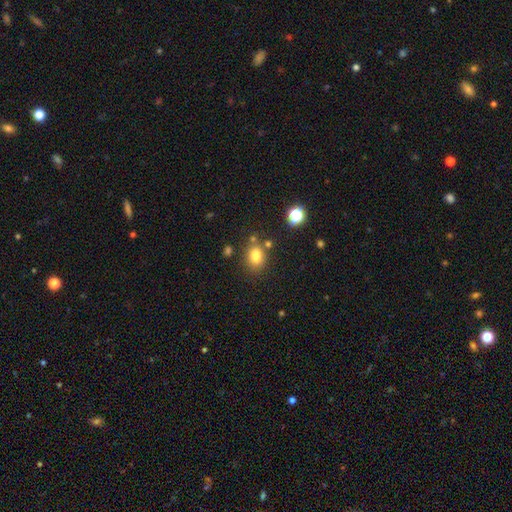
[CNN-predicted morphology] Smooth or featured? Predicted: smooth (p=0.79). How rounded? Predicted: in between (p=0.64). Merging? Predicted: none (p=0.66).